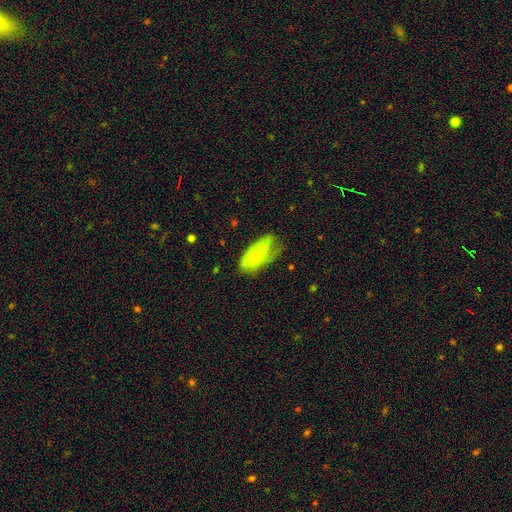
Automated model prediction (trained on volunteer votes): Q: Smooth or featured?
A: smooth (66%); runner-up: featured or disk (27%)
Q: How rounded?
A: in between (89%); runner-up: cigar-shaped (8%)
Q: Merging?
A: minor disturbance (39%); runner-up: none (36%)